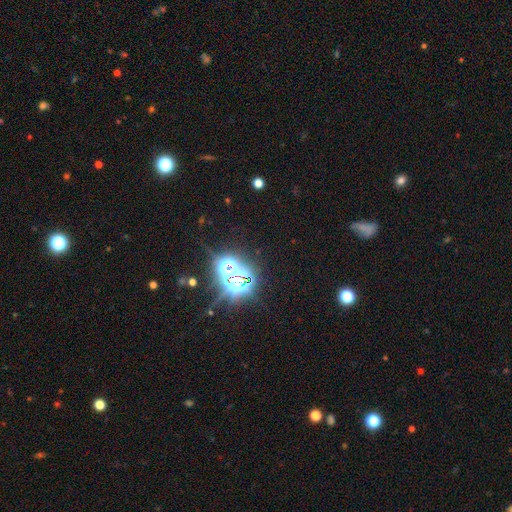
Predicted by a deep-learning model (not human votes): smooth_or_featured: star or artifact (p=0.74) [alt: smooth p=0.18]